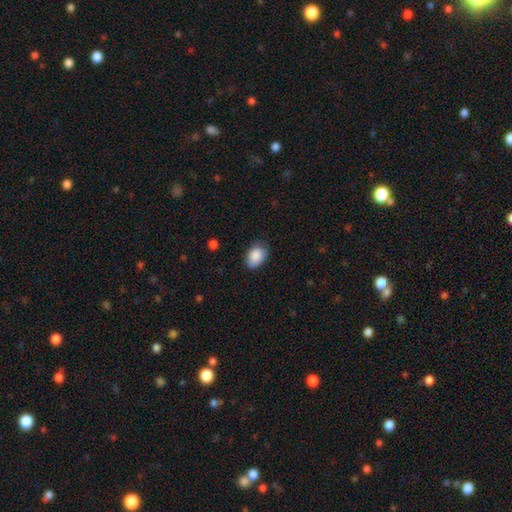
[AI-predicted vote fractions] smooth-or-featured: smooth: 88% | star or artifact: 7% | featured or disk: 5%
  how-rounded: in between: 84% | round: 15% | cigar-shaped: 1%
  merging: none: 76% | minor disturbance: 19% | major disturbance: 3% | merger: 1%